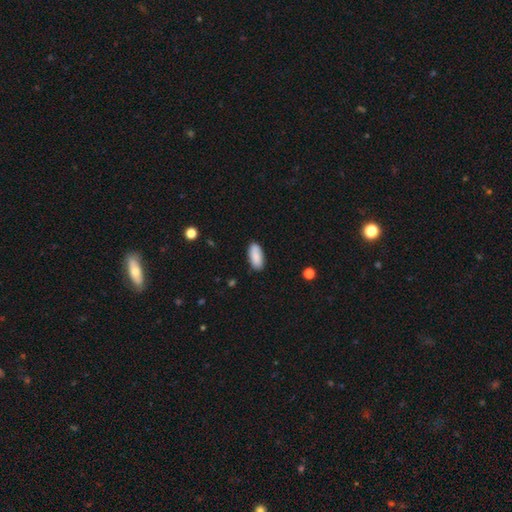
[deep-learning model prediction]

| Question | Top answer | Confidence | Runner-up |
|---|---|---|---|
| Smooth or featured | smooth | 89% | star or artifact (6%) |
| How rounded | in between | 87% | cigar-shaped (11%) |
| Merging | none | 86% | minor disturbance (10%) |